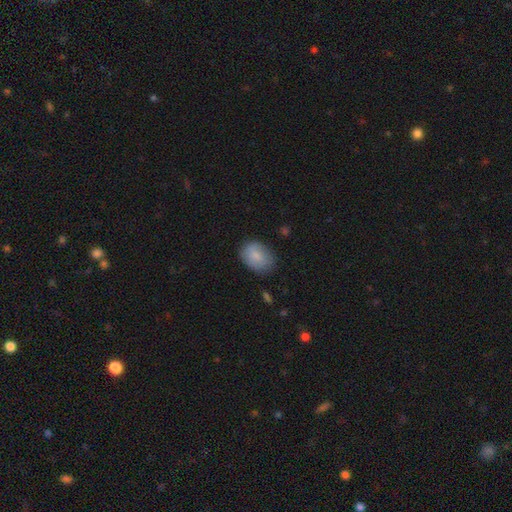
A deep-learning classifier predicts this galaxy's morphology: smooth 81%, featured or disk 12%, star or artifact 7%. Down the decision tree: how rounded — in between (76%); merging — none (74%).